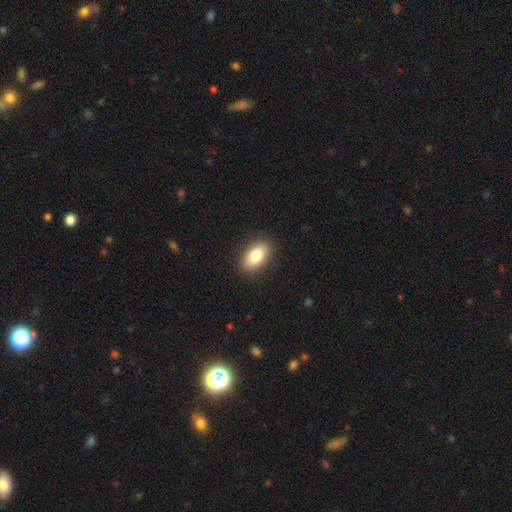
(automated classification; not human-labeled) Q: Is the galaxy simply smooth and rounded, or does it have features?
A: smooth — 82%.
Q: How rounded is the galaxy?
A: in between — 91%.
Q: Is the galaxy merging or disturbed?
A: none — 89%.